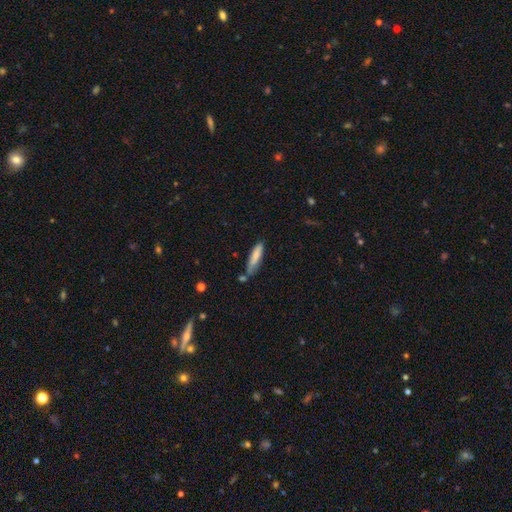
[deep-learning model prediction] This appears to be a smooth galaxy with no disk features (79%) that is cigar-shaped (80%). Merging: none (63%).